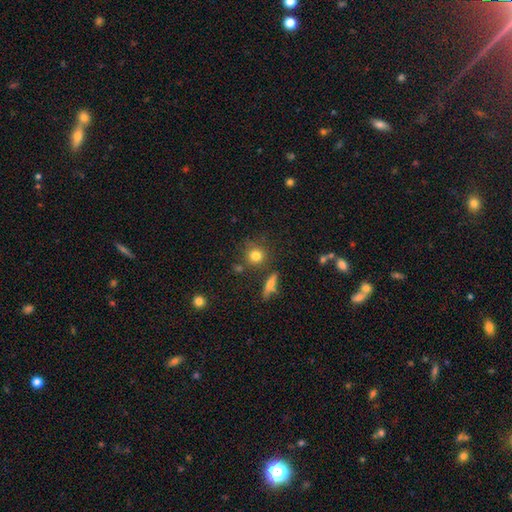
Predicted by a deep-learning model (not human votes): Overall: smooth (79%). How rounded: round (86%). Merging: none (75%).